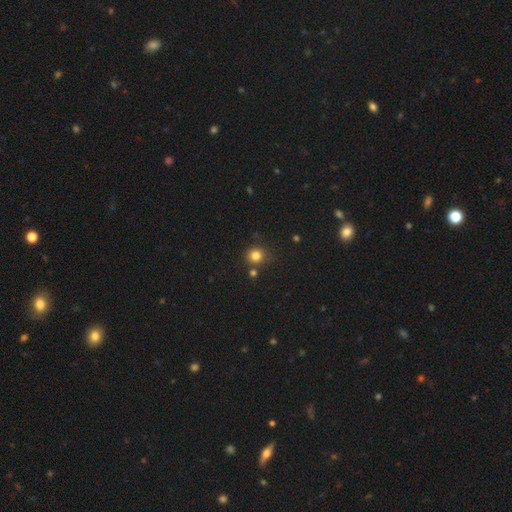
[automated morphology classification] type=smooth (81%); roundness=round (88%); merging=none (77%).